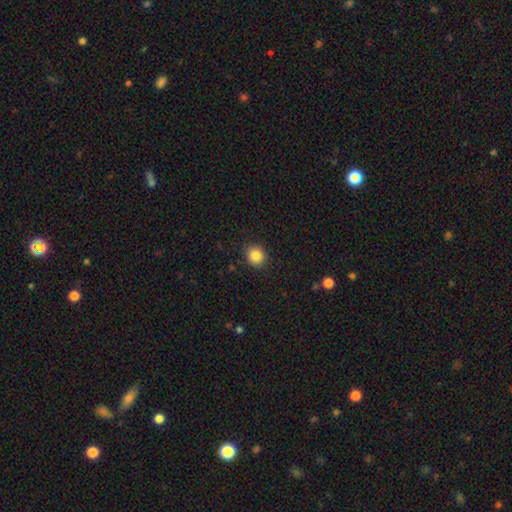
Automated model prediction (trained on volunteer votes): Morphology: type=smooth (85%); roundness=round (84%); merging=none (91%).